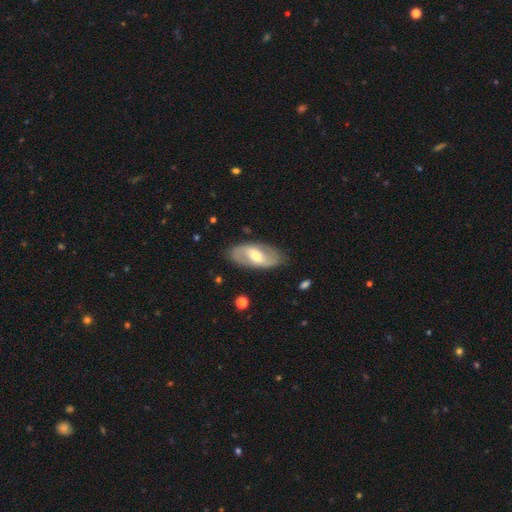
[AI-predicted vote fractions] Smooth or featured? featured or disk (71%)
Edge-on disk? no (93%)
Bar? weak (45%)
Spiral arms? yes (83%)
Spiral winding? loose (41%)
Spiral arm count? 2 (87%)
Bulge size? moderate (61%)
Merging? none (83%)